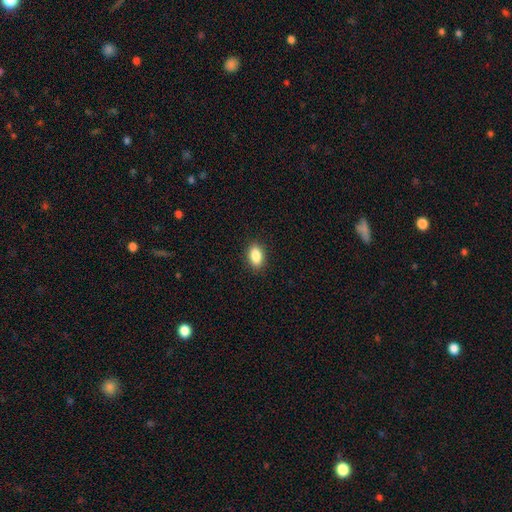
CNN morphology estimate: Smooth or featured? Predicted: smooth (p=0.87). How rounded? Predicted: in between (p=0.89). Merging? Predicted: none (p=0.90).